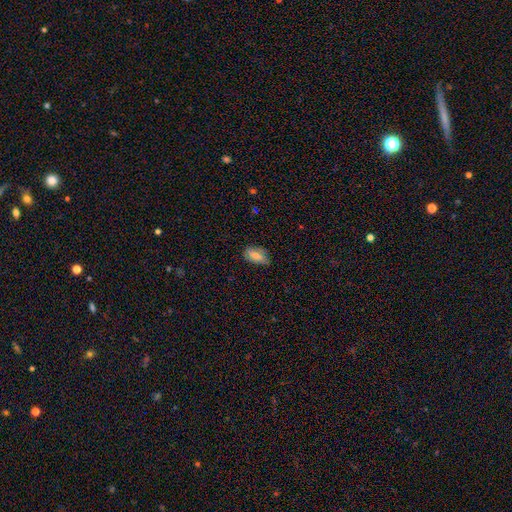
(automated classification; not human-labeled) The model was most divided on "merging": none: 68%, minor disturbance: 26%, major disturbance: 5%, merger: 1%. More confident: how rounded — in between (87%); smooth or featured — smooth (71%).